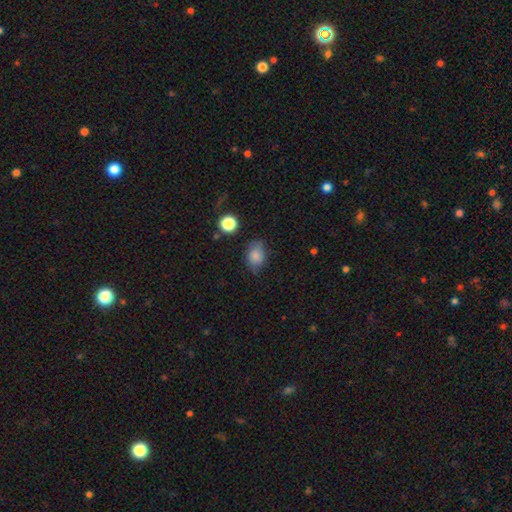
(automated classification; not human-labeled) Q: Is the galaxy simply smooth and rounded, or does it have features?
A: smooth — 82%.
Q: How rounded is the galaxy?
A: in between — 71%.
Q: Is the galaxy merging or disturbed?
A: none — 69%.